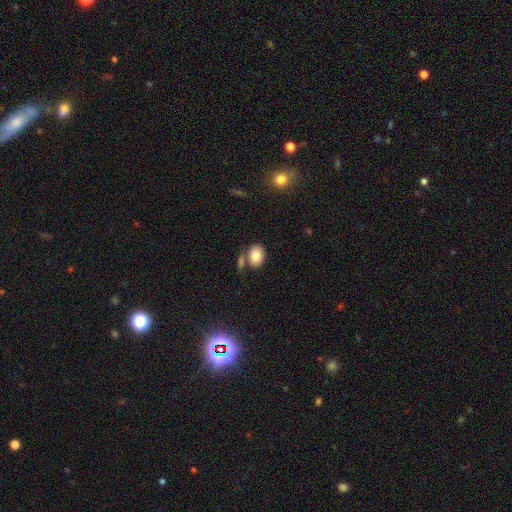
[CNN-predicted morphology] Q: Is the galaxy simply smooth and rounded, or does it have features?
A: smooth — 82%.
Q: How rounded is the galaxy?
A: in between — 68%.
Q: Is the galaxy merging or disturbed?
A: none — 63%.